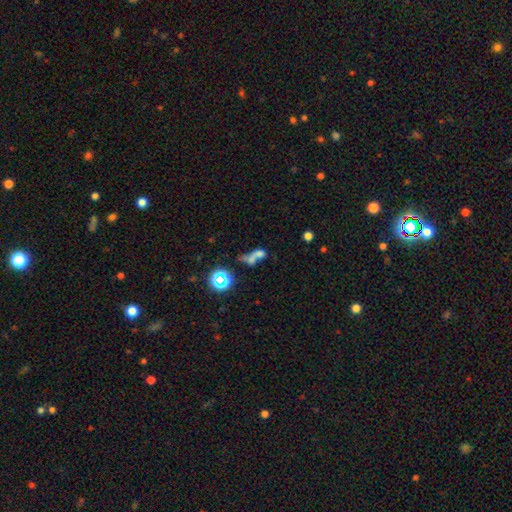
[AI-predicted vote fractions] A smooth galaxy with no disk features (54%) that is in between round and cigar-shaped (56%). Merging: merger (56%).